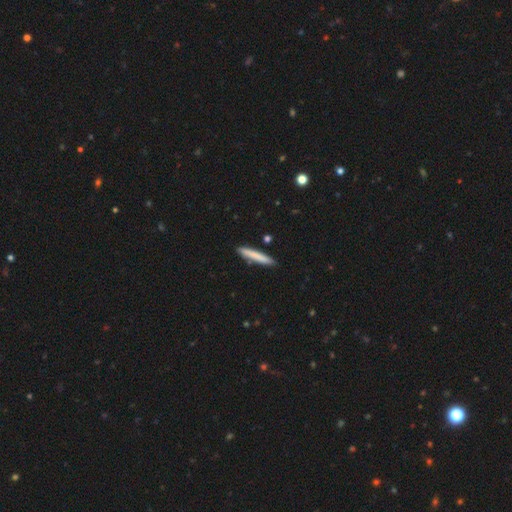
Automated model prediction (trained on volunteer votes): smooth-or-featured: smooth: 79% | featured or disk: 15% | star or artifact: 6%
  how-rounded: cigar-shaped: 95% | in between: 4% | round: 1%
  merging: none: 88% | minor disturbance: 8% | merger: 2% | major disturbance: 2%